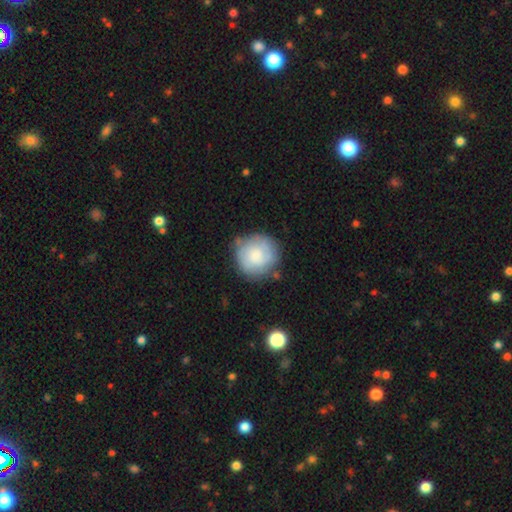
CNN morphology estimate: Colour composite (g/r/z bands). It shows a smooth galaxy with no disk features (55%) that is round (91%). Merging: none (69%).